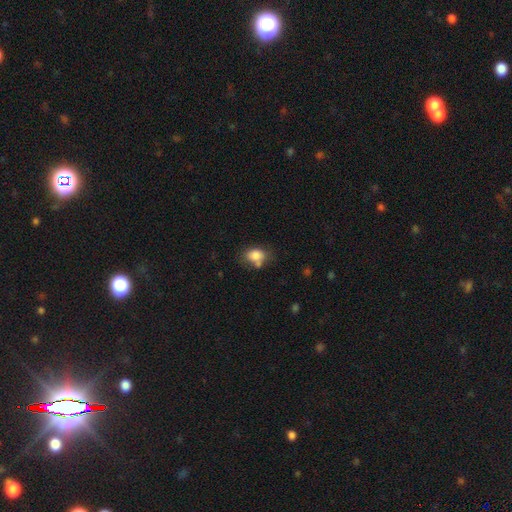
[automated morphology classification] Smooth or featured? Predicted: smooth (p=0.80). How rounded? Predicted: in between (p=0.67). Merging? Predicted: none (p=0.49).